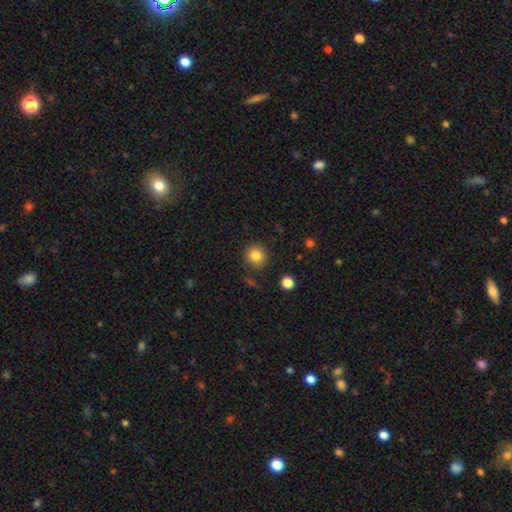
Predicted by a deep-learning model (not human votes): smooth_or_featured: smooth (p=0.83) [alt: star or artifact p=0.11]
how_rounded: round (p=0.91) [alt: in between p=0.08]
merging: none (p=0.86) [alt: minor disturbance p=0.09]